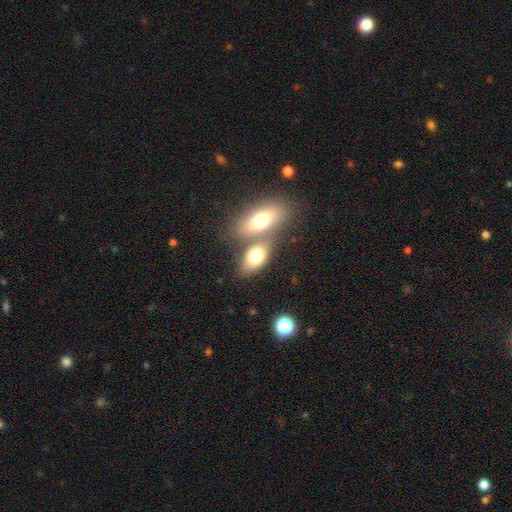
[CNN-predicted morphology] Overall: smooth (74%). How rounded: in between (89%). Merging: merger (47%; none 40%).